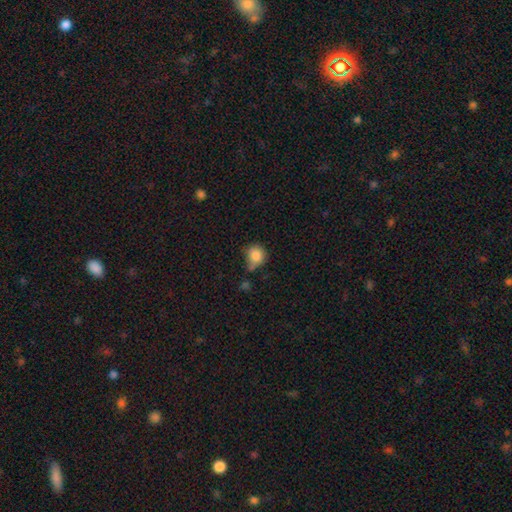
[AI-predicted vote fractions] This is clearly a smooth galaxy (84%). How rounded: clearly round (81%). Merging: possibly none (49%).